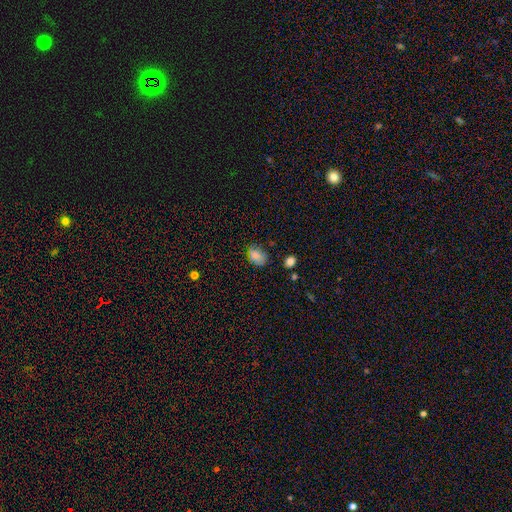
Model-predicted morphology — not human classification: The model was most divided on "merging": none: 62%, minor disturbance: 29%, major disturbance: 7%, merger: 2%. More confident: smooth or featured — smooth (81%); how rounded — in between (77%).